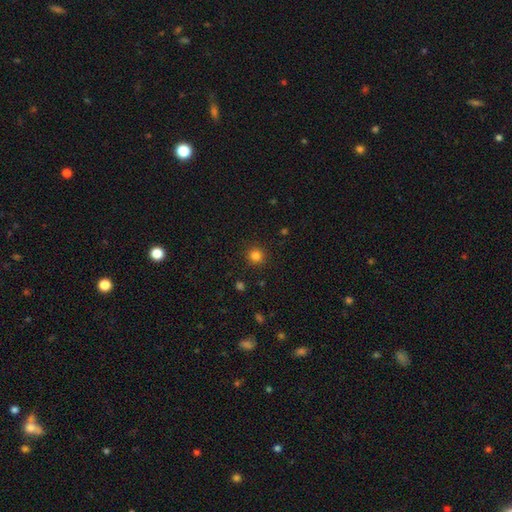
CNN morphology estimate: Smooth or featured: smooth — 82% (star or artifact — 13%)
How rounded: round — 93% (in between — 6%)
Merging: none — 91% (minor disturbance — 6%)